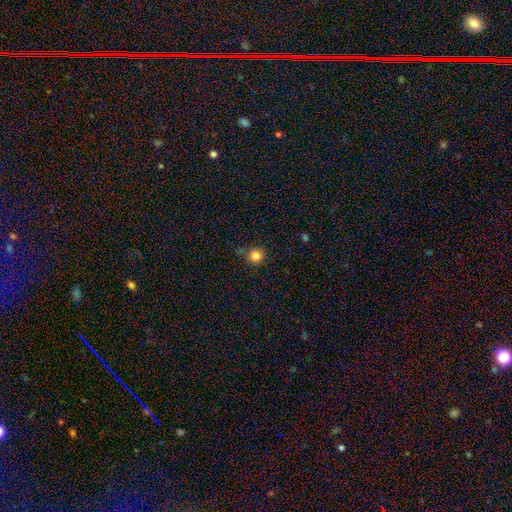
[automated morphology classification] A smooth galaxy with no disk features (83%) that is round (91%).

Vote fractions:
- Smooth or featured? smooth: 83% / star or artifact: 12% / featured or disk: 5%
- How rounded? round: 91% / in between: 8% / cigar-shaped: 1%
- Merging? none: 77% / minor disturbance: 16% / major disturbance: 4% / merger: 3%